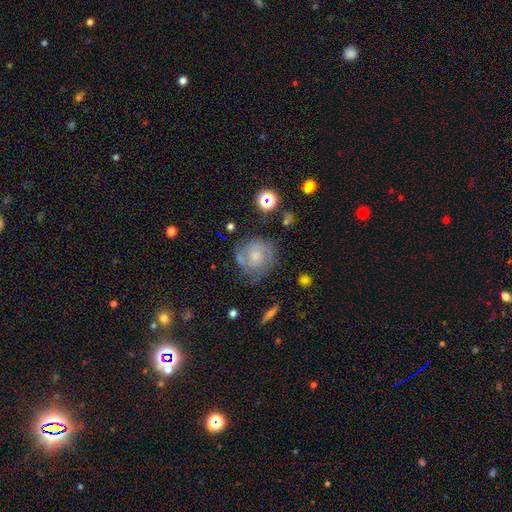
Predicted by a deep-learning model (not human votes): This appears to be a featured or disk galaxy (76%) with no bar (64%), 2 (61%) tight (51%) spiral arms (94%) and a moderate central bulge (42%). Merging: none (70%).